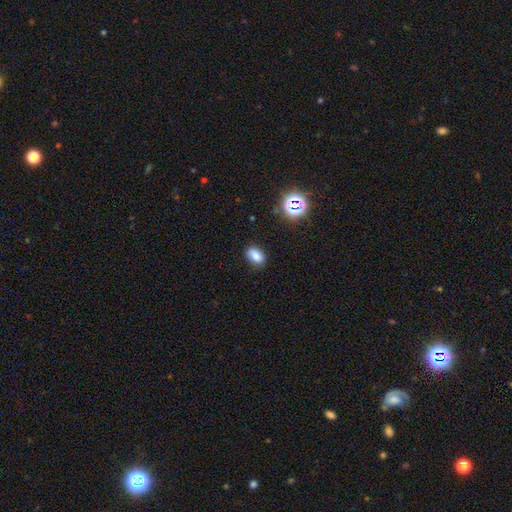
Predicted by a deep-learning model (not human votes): This appears to be a smooth galaxy with no disk features (80%) that is in between round and cigar-shaped (84%). Merging: none (82%).